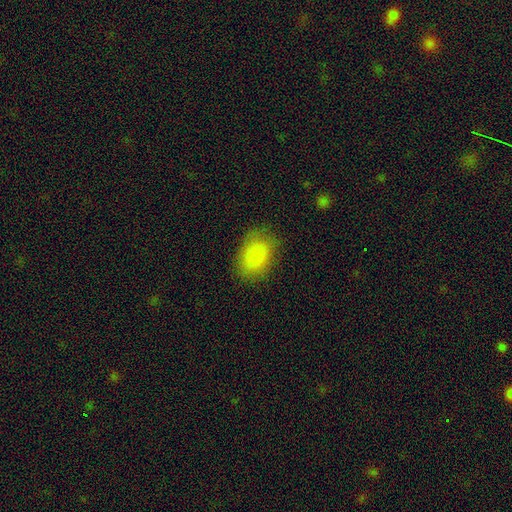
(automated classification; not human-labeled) This is clearly a smooth galaxy (86%). How rounded: clearly in between (81%). Merging: likely none (77%).